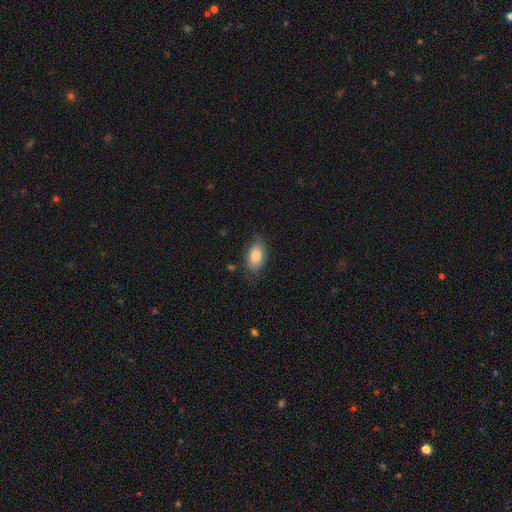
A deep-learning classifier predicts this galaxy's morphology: Smooth or featured?
  - smooth: 82% *
  - featured or disk: 11%
  - star or artifact: 7%
How rounded?
  - in between: 91% *
  - round: 6%
  - cigar-shaped: 3%
Merging?
  - none: 75% *
  - minor disturbance: 19%
  - major disturbance: 5%
  - merger: 2%